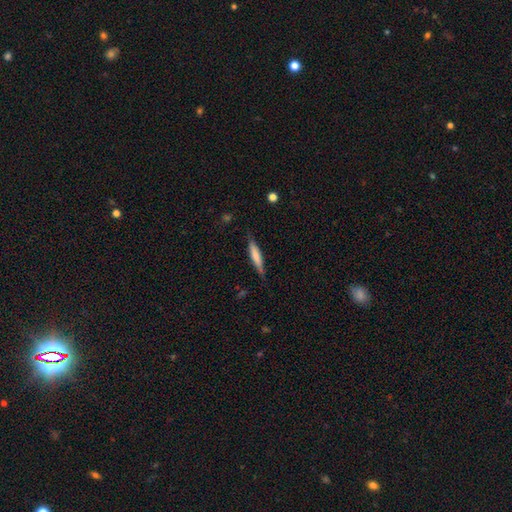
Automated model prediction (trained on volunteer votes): Smooth or featured? Predicted: smooth (p=0.64). How rounded? Predicted: cigar-shaped (p=0.88). Merging? Predicted: none (p=0.81).